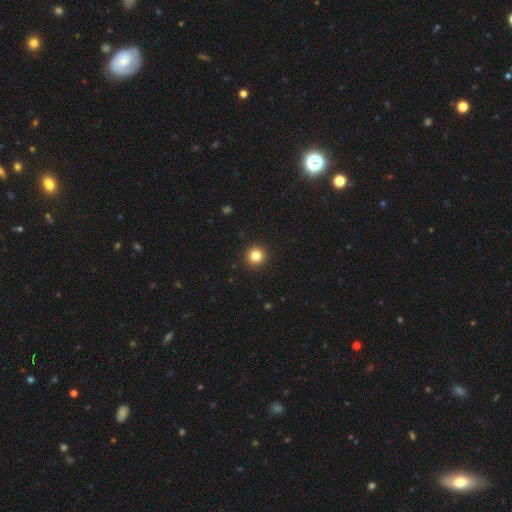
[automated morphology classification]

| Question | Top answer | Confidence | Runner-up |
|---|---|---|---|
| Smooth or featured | smooth | 83% | star or artifact (12%) |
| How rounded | round | 96% | in between (3%) |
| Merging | none | 94% | minor disturbance (4%) |